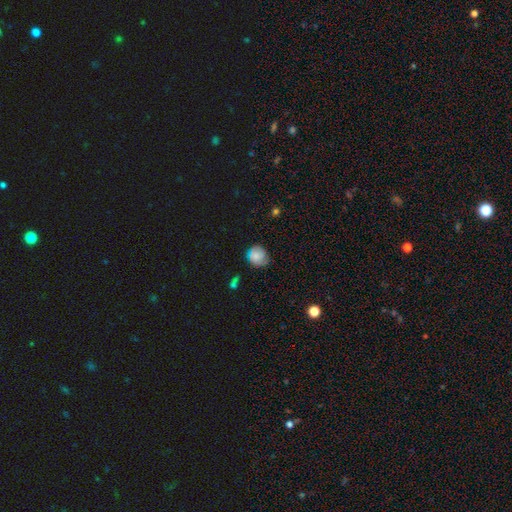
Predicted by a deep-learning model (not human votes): Overall: smooth (69%). How rounded: round (79%). Merging: none (61%; minor disturbance 29%).